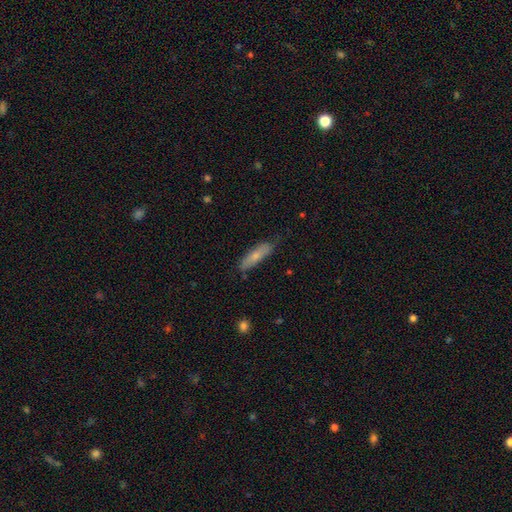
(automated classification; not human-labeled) Morphology: type=smooth (66%); roundness=cigar-shaped (66%); merging=none (74%).